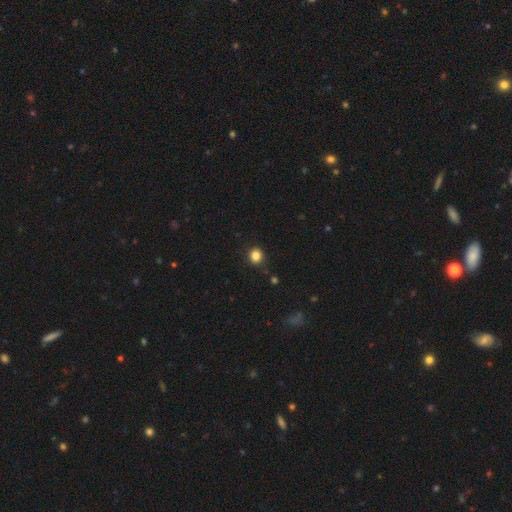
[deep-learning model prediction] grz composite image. It shows a smooth galaxy with no disk features (84%) that is round (84%). Merging: none (88%).